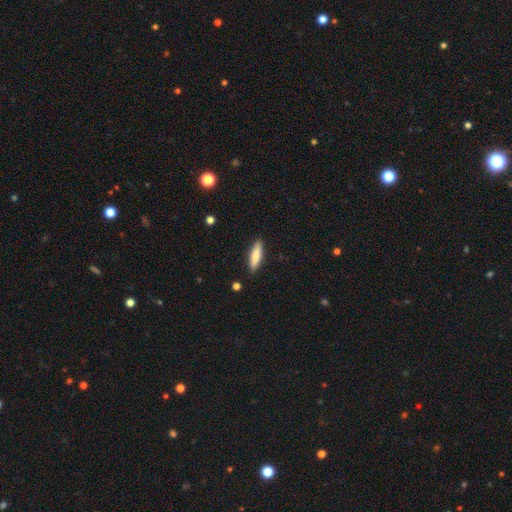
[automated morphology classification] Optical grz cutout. It shows a smooth galaxy with no disk features (76%) that is cigar-shaped (68%). Merging: none (88%).